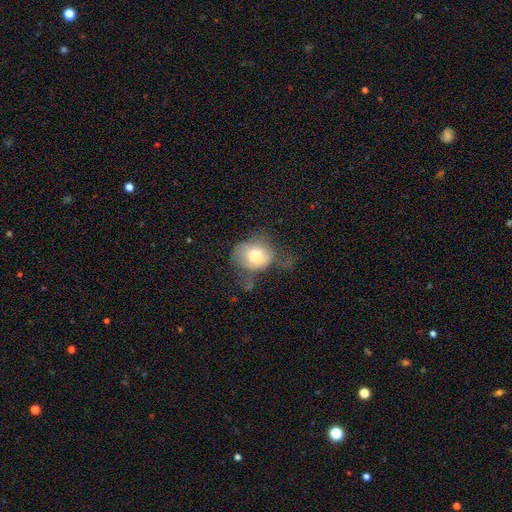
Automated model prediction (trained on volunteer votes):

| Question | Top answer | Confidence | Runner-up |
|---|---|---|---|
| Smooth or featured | smooth | 71% | featured or disk (21%) |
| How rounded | round | 60% | in between (39%) |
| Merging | major disturbance | 35% | none (30%) |